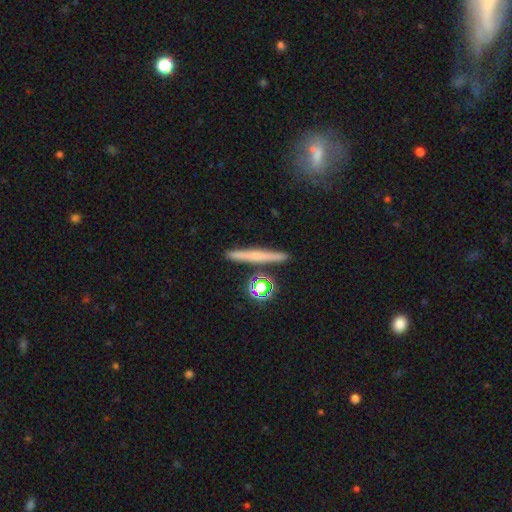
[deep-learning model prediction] smooth 48%, featured or disk 41%, star or artifact 10%. Down the decision tree: merging — none (88%).